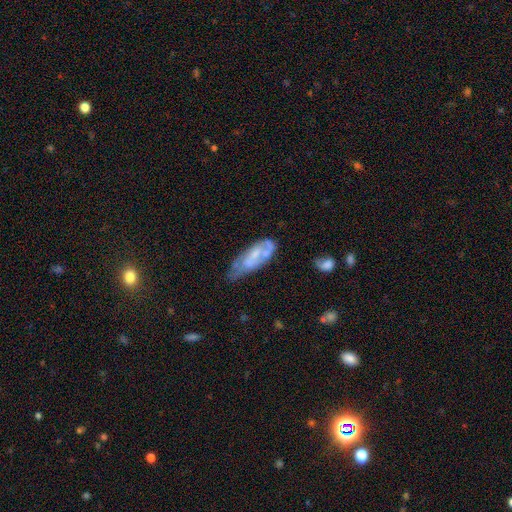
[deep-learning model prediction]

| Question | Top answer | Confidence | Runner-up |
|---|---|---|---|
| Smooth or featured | featured or disk | 53% | smooth (39%) |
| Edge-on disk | no | 87% | yes (13%) |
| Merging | none | 38% | minor disturbance (35%) |